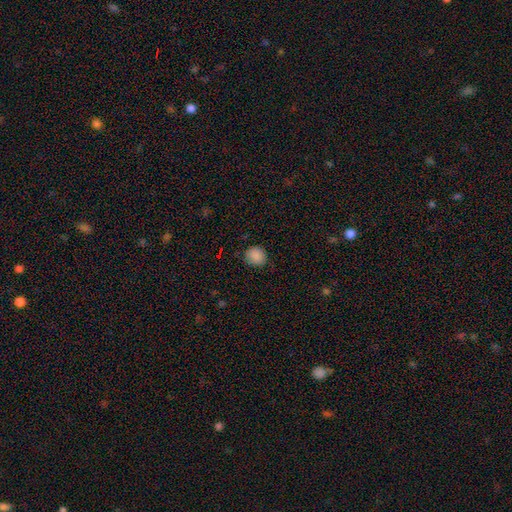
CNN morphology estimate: Smooth or featured: smooth — 88% (star or artifact — 9%)
How rounded: round — 83% (in between — 16%)
Merging: none — 84% (minor disturbance — 13%)